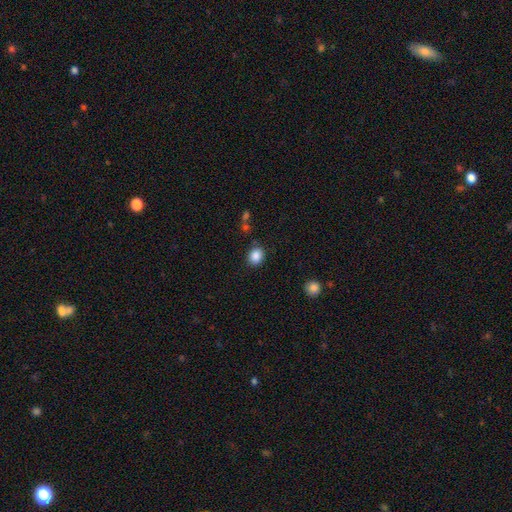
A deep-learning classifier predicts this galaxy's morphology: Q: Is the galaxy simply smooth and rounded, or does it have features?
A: smooth — 87%.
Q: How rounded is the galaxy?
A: round — 59%.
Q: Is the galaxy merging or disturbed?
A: none — 84%.